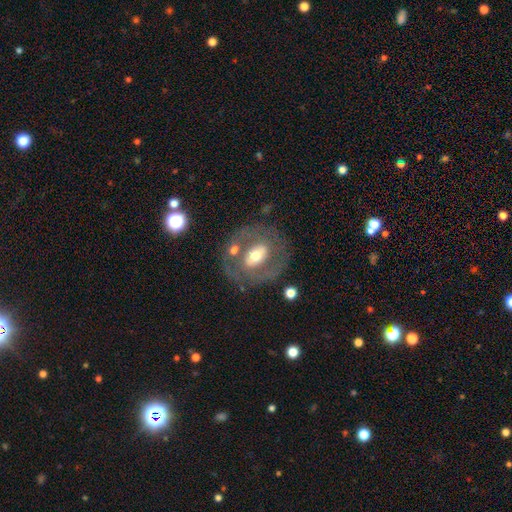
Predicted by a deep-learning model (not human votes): Smooth or featured?
  - featured or disk: 63% *
  - smooth: 30%
  - star or artifact: 7%
Edge-on disk?
  - no: 93% *
  - yes: 7%
Bar?
  - no: 41% *
  - weak: 32%
  - strong: 27%
Spiral arms?
  - no: 66% *
  - yes: 34%
Bulge size?
  - moderate: 66% *
  - small: 17%
  - large: 14%
  - dominant: 2%
  - none: 1%
Merging?
  - none: 67% *
  - minor disturbance: 15%
  - major disturbance: 10%
  - merger: 7%